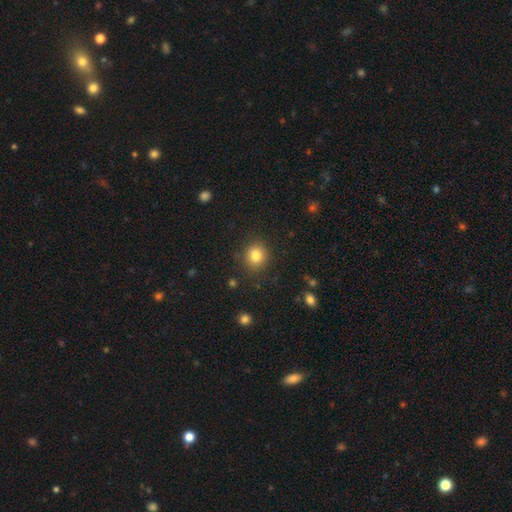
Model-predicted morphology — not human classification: type=smooth (83%); roundness=round (86%); merging=none (87%).